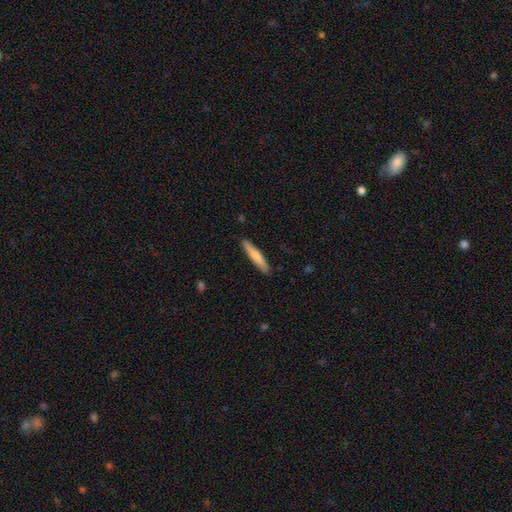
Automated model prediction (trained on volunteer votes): Morphology: type=smooth (72%); roundness=cigar-shaped (92%); merging=none (89%).